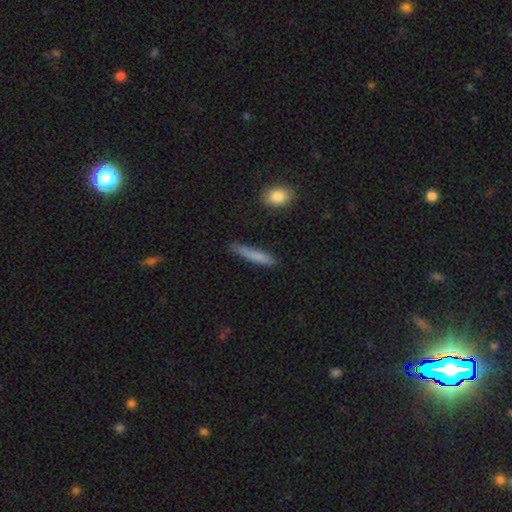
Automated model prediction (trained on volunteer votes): smooth-or-featured: smooth: 79% | featured or disk: 15% | star or artifact: 7%
  how-rounded: cigar-shaped: 92% | in between: 6% | round: 2%
  merging: none: 81% | minor disturbance: 14% | major disturbance: 3% | merger: 2%